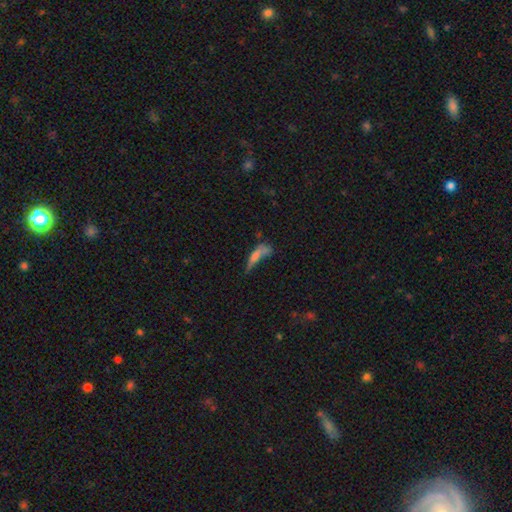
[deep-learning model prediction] Smooth or featured?
  - smooth: 58% *
  - featured or disk: 30%
  - star or artifact: 12%
How rounded?
  - cigar-shaped: 60% *
  - in between: 36%
  - round: 4%
Merging?
  - major disturbance: 32% *
  - none: 26%
  - minor disturbance: 21%
  - merger: 20%